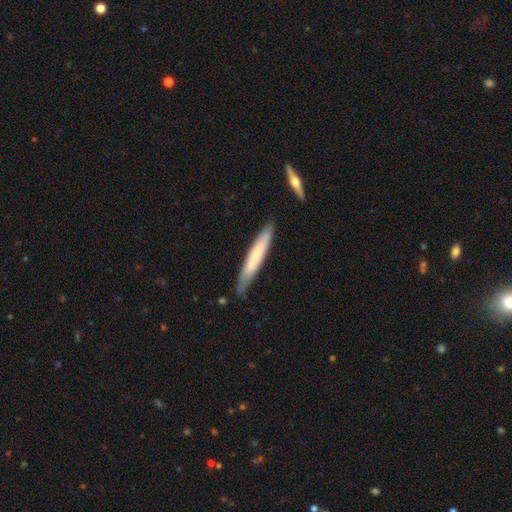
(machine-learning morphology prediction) Q: Smooth or featured?
A: smooth (61%); runner-up: featured or disk (33%)
Q: How rounded?
A: cigar-shaped (94%); runner-up: in between (5%)
Q: Merging?
A: none (79%); runner-up: minor disturbance (17%)